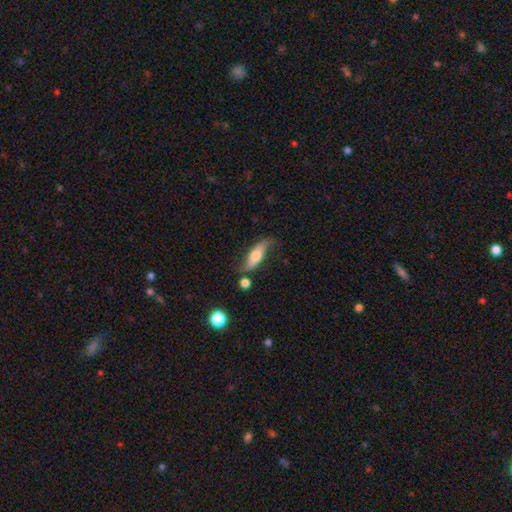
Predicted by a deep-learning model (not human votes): featured or disk 53%, smooth 40%, star or artifact 7%. Down the decision tree: edge-on disk — no (65%); merging — none (57%).